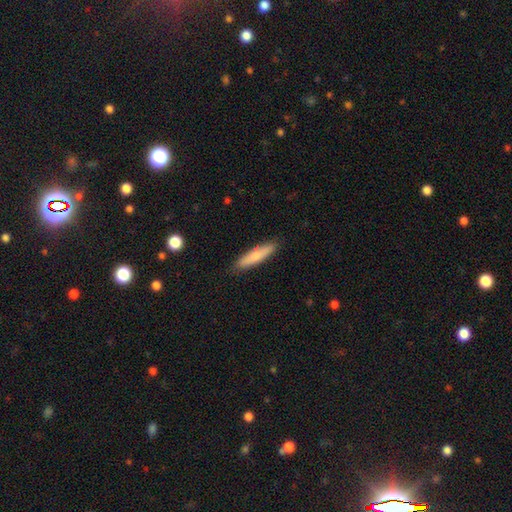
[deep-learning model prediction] This appears to be a smooth galaxy with no disk features (72%) that is cigar-shaped (79%). Merging: none (87%).